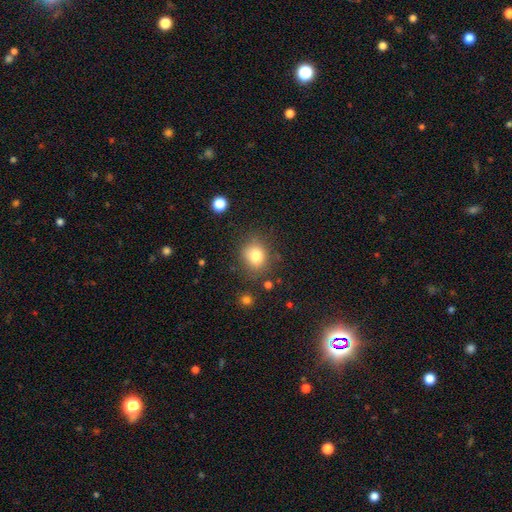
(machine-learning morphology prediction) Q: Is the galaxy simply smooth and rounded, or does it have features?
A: smooth — 81%.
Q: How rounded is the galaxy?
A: round — 68%.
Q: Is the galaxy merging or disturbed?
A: none — 76%.